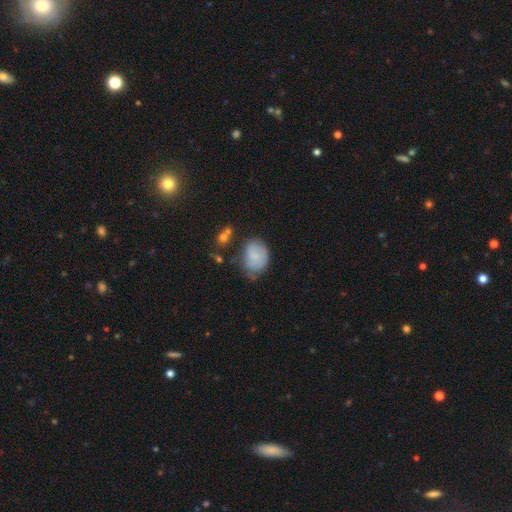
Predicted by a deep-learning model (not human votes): Q: Smooth or featured?
A: smooth (75%); runner-up: featured or disk (17%)
Q: How rounded?
A: in between (67%); runner-up: round (32%)
Q: Merging?
A: none (47%); runner-up: minor disturbance (36%)